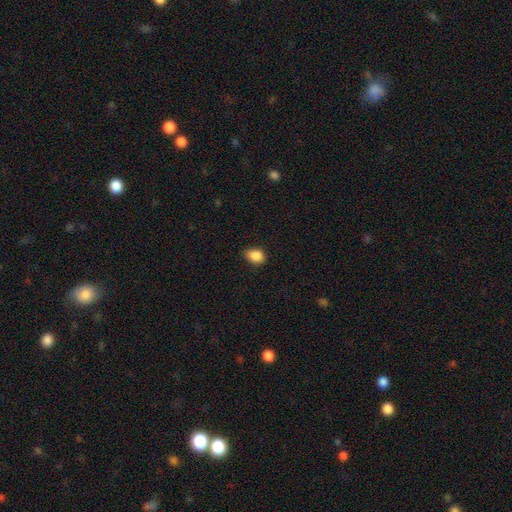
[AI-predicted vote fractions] Q: Smooth or featured?
A: smooth (87%); runner-up: star or artifact (9%)
Q: How rounded?
A: in between (66%); runner-up: round (32%)
Q: Merging?
A: none (69%); runner-up: minor disturbance (25%)